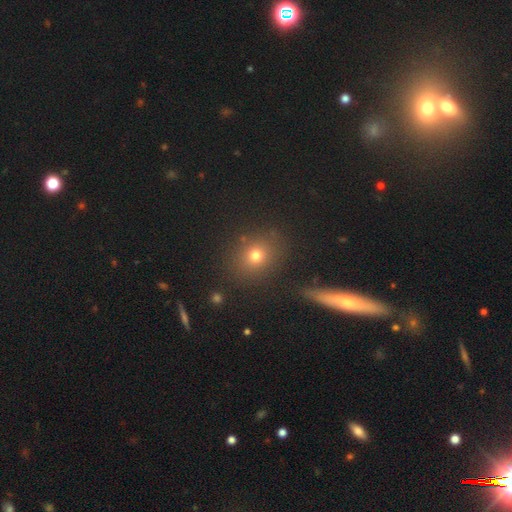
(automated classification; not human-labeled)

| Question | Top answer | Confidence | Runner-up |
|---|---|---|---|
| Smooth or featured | smooth | 72% | star or artifact (18%) |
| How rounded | round | 65% | in between (33%) |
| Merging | none | 83% | minor disturbance (9%) |